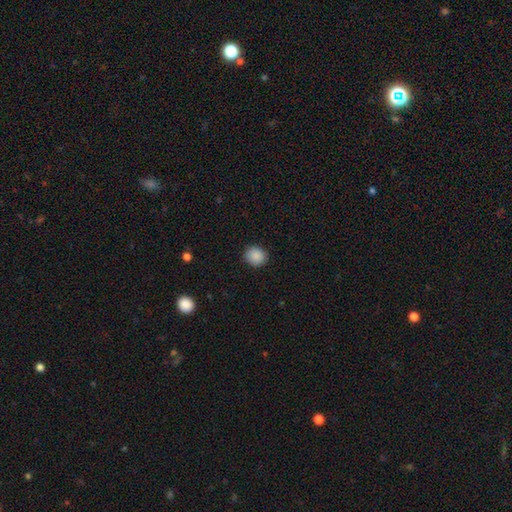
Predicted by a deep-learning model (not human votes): smooth_or_featured: smooth (p=0.89) [alt: star or artifact p=0.08]
how_rounded: round (p=0.81) [alt: in between p=0.18]
merging: none (p=0.90) [alt: minor disturbance p=0.07]